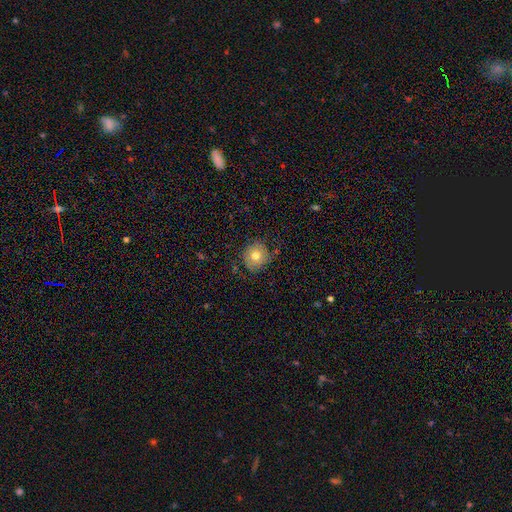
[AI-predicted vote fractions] This is likely a smooth galaxy (73%). How rounded: clearly round (80%). Merging: likely none (76%).